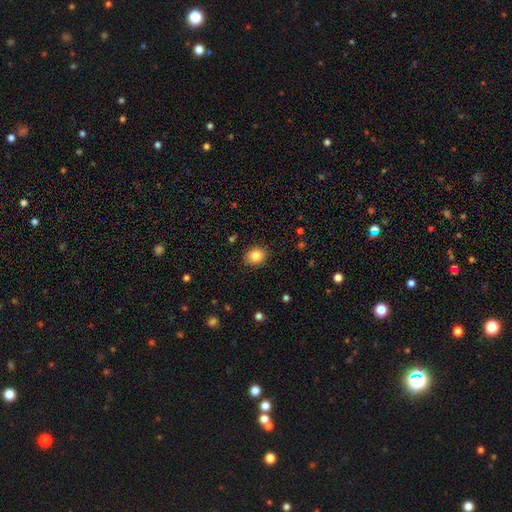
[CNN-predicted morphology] Smooth or featured?
  - smooth: 85% *
  - star or artifact: 10%
  - featured or disk: 6%
How rounded?
  - round: 64% *
  - in between: 35%
  - cigar-shaped: 1%
Merging?
  - none: 89% *
  - minor disturbance: 8%
  - major disturbance: 2%
  - merger: 1%